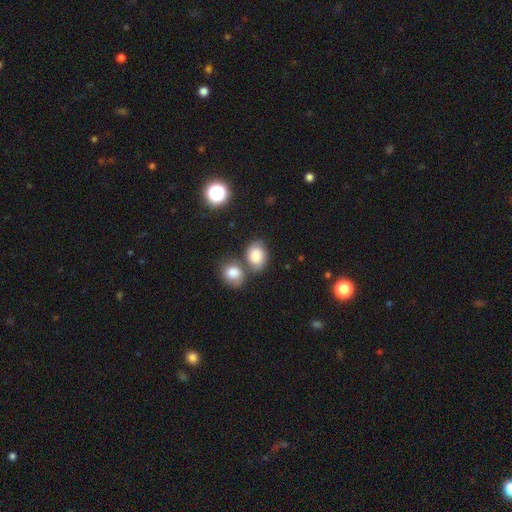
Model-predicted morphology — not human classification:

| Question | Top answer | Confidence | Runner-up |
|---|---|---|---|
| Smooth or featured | smooth | 76% | featured or disk (15%) |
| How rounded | in between | 63% | round (35%) |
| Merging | none | 48% | merger (30%) |